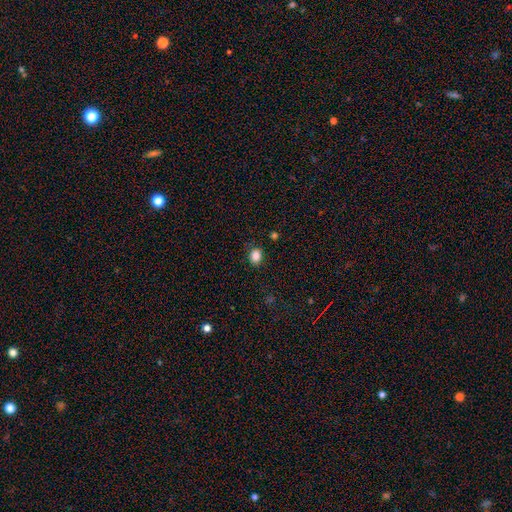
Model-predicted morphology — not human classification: Smooth or featured? smooth (85%)
How rounded? in between (56%)
Merging? none (85%)